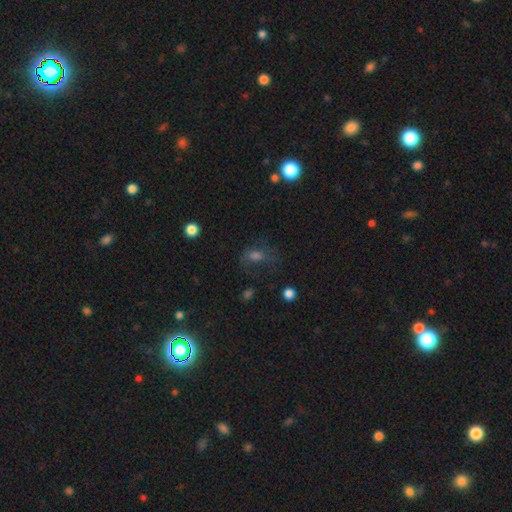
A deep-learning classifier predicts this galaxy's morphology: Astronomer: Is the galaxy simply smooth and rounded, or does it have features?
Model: smooth — 47% (runner-up: star or artifact, 27%).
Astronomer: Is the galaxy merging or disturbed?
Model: none — 52%.